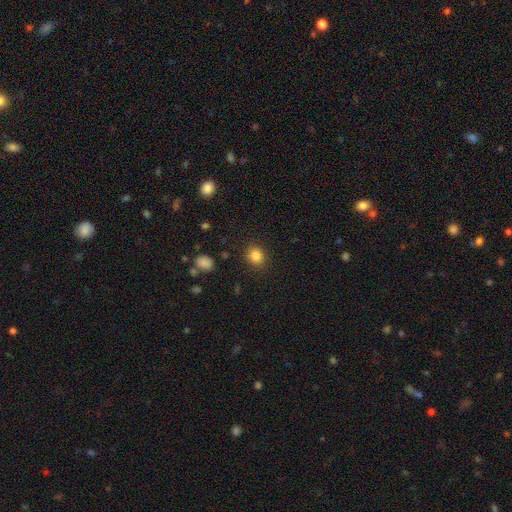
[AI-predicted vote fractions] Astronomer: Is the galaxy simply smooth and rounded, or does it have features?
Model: smooth — 85%.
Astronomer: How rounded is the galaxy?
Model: round — 70%.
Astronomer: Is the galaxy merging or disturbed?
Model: none — 88%.